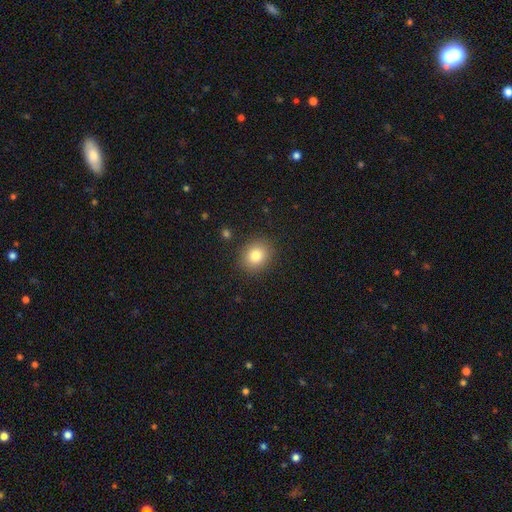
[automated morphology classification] This appears to be a smooth galaxy with no disk features (81%) that is round (75%). Merging: none (89%).